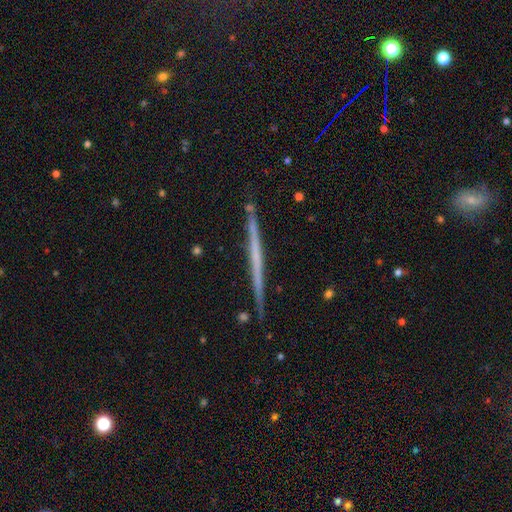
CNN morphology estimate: The model was most divided on "smooth or featured": featured or disk: 63%, smooth: 32%, star or artifact: 6%. More confident: edge-on disk — yes (98%); edge-on bulge — none (91%); merging — none (90%).